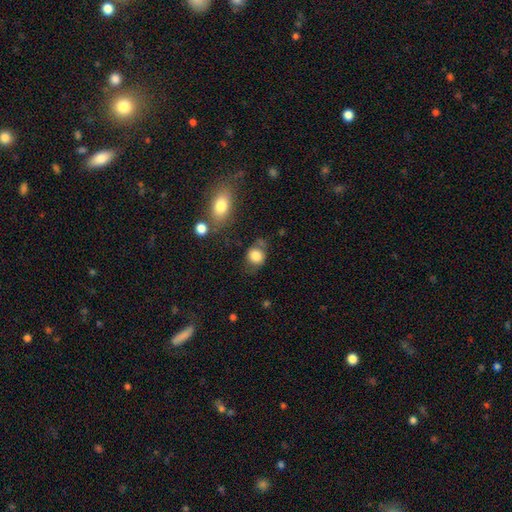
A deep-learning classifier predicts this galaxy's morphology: Smooth or featured? smooth (80%)
How rounded? round (62%)
Merging? none (57%)